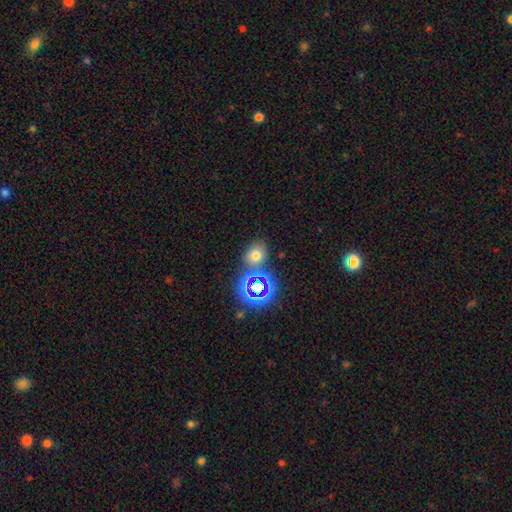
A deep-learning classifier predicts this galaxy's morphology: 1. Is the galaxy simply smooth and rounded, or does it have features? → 61% smooth, 27% star or artifact, 12% featured or disk.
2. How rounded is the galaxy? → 50% in between, 49% round, 1% cigar-shaped.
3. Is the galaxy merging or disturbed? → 73% none, 13% minor disturbance, 10% merger, 5% major disturbance.